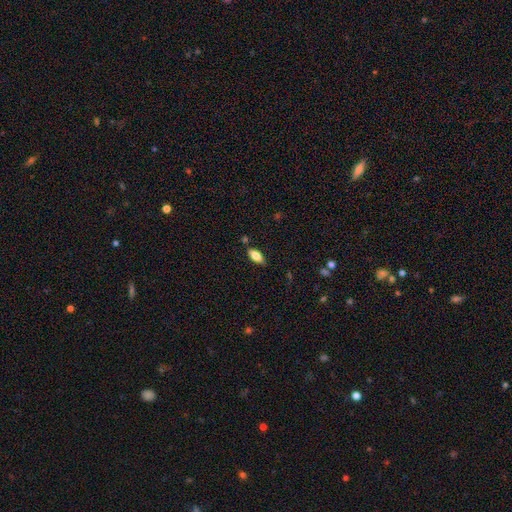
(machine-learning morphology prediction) Smooth or featured? smooth (76%)
How rounded? in between (83%)
Merging? none (81%)